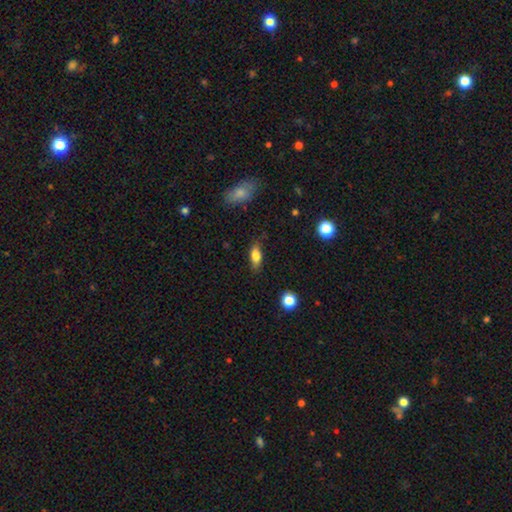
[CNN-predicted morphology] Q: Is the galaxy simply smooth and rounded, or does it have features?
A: smooth — 79%.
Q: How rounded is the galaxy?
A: in between — 79%.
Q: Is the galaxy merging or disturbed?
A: none — 75%.